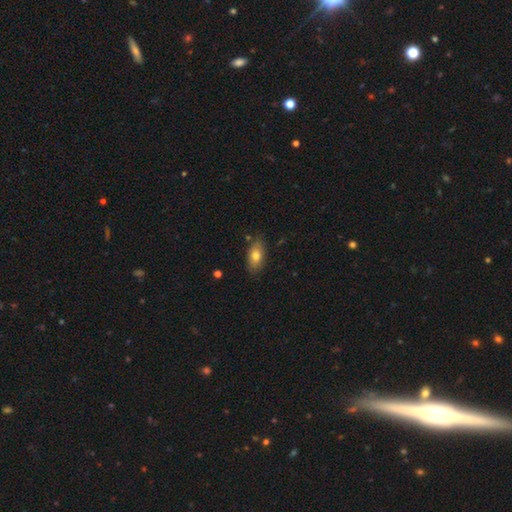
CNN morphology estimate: This is likely a smooth galaxy (75%). How rounded: clearly in between (87%). Merging: likely none (80%).